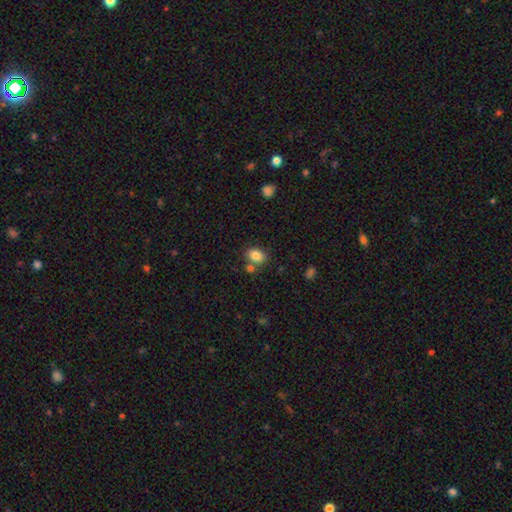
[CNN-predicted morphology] A smooth galaxy with no disk features (84%) that is in between round and cigar-shaped (62%).

Vote fractions:
- Smooth or featured? smooth: 84% / star or artifact: 10% / featured or disk: 7%
- How rounded? in between: 62% / round: 37% / cigar-shaped: 1%
- Merging? none: 66% / merger: 19% / minor disturbance: 12% / major disturbance: 4%